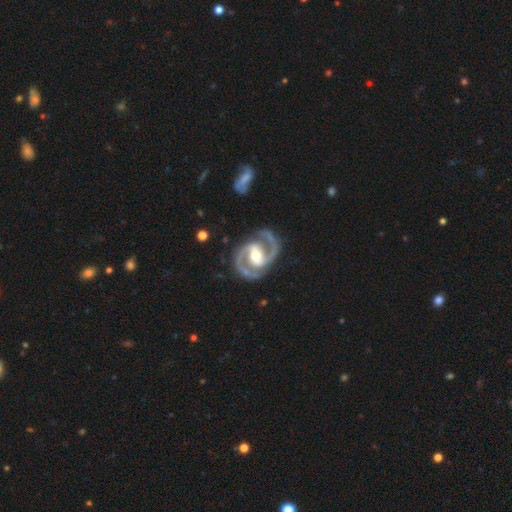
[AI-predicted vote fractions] Morphology: type=featured or disk (94%); edge-on=no (98%); bar=strong (43%); spiral arms=yes (98%); winding=medium (63%); arm count=2 (94%); bulge=moderate (71%); merging=none (84%).